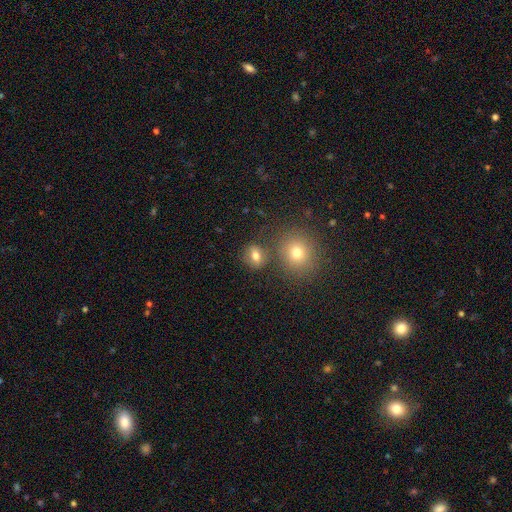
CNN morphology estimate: The model was most divided on "how rounded": round: 54%, in between: 44%, cigar-shaped: 2%. More confident: merging — none (73%); smooth or featured — smooth (72%).